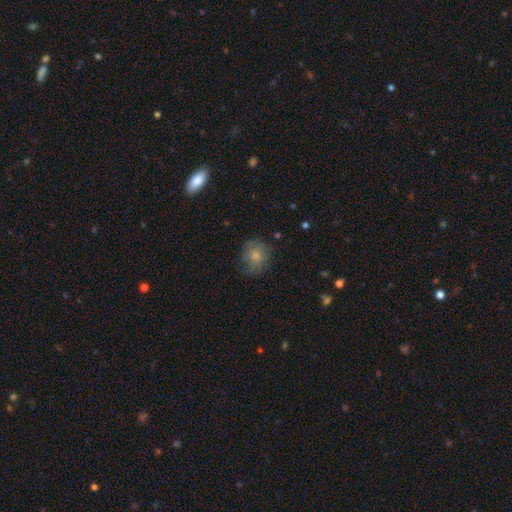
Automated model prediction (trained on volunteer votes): A smooth galaxy with no disk features (75%) that is round (78%).

Vote fractions:
- Smooth or featured? smooth: 75% / featured or disk: 17% / star or artifact: 8%
- How rounded? round: 78% / in between: 22% / cigar-shaped: 1%
- Merging? none: 68% / minor disturbance: 23% / major disturbance: 8% / merger: 1%